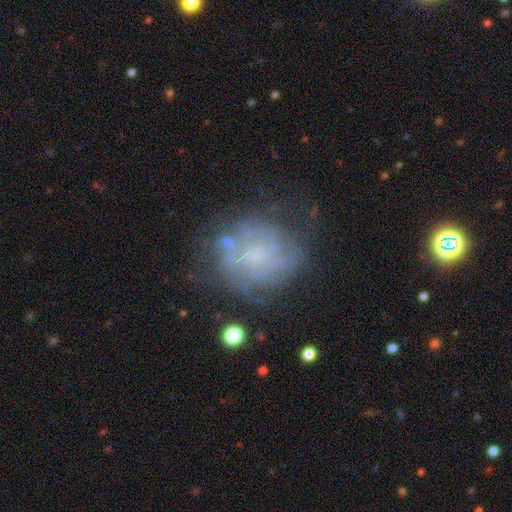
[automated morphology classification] Smooth or featured: featured or disk — 64% (smooth — 25%)
Edge-on disk: no — 97% (yes — 3%)
Bar: no — 68% (weak — 27%)
Spiral arms: yes — 62% (no — 38%)
Bulge size: small — 37% (none — 35%)
Merging: none — 59% (minor disturbance — 22%)